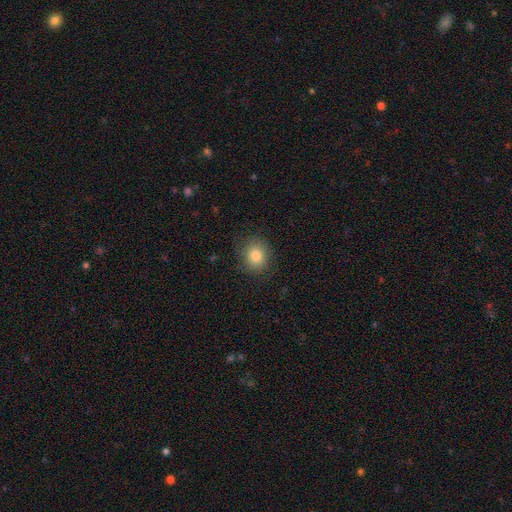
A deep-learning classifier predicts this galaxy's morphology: A smooth galaxy with no disk features (82%) that is round (74%). Merging: none (85%).